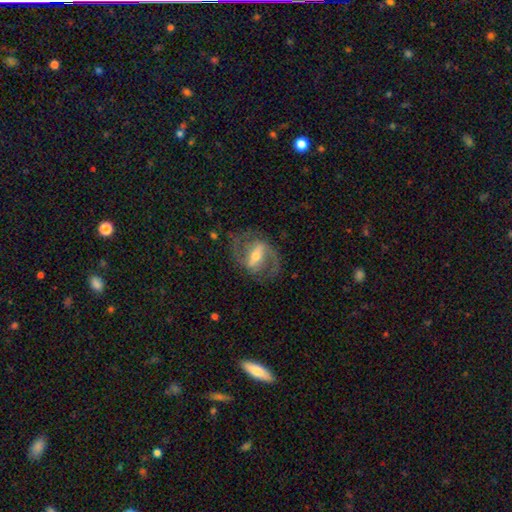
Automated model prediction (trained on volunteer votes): The model was most divided on "bulge size": moderate: 58%, small: 33%, large: 6%, none: 2%, dominant: 1%. More confident: edge-on disk — no (96%); spiral arms — yes (92%); spiral arm count — 2 (90%); smooth or featured — featured or disk (85%); merging — none (74%); bar — strong (60%); spiral winding — medium (57%).